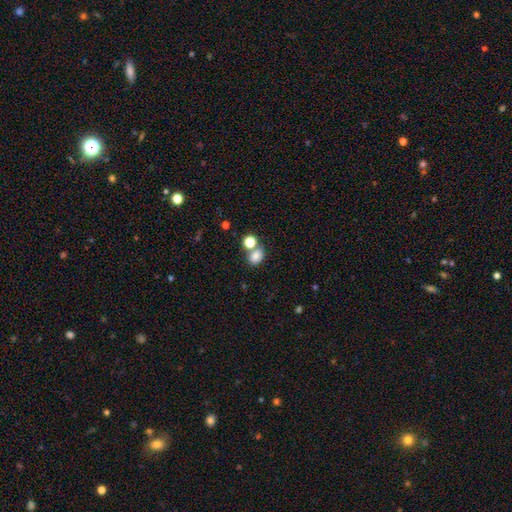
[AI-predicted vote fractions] This is likely a smooth galaxy (80%). How rounded: likely in between (62%). Merging: possibly none (52%).